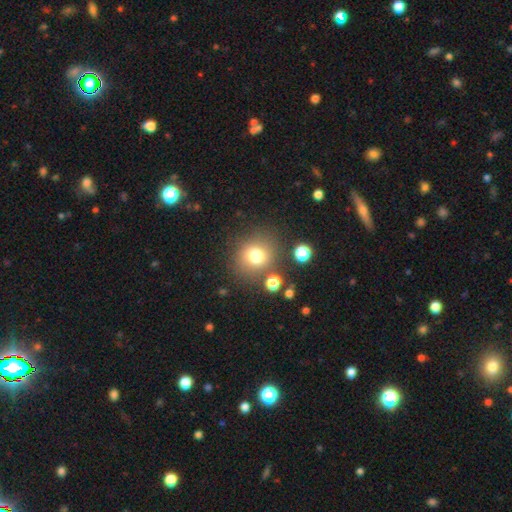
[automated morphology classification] Overall: smooth (75%). How rounded: round (81%). Merging: none (77%).